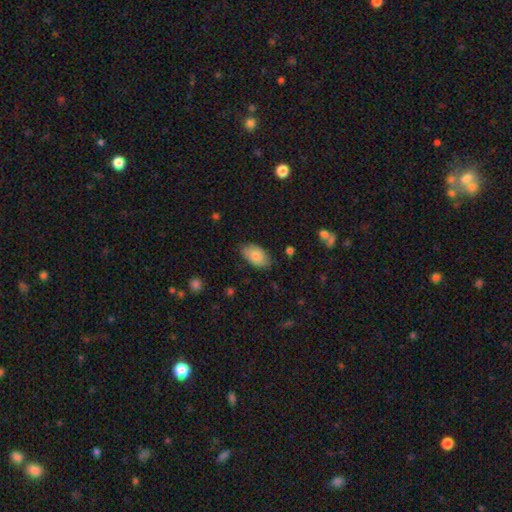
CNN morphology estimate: Smooth or featured: smooth — 79% (featured or disk — 14%)
How rounded: in between — 94% (round — 5%)
Merging: none — 78% (minor disturbance — 18%)